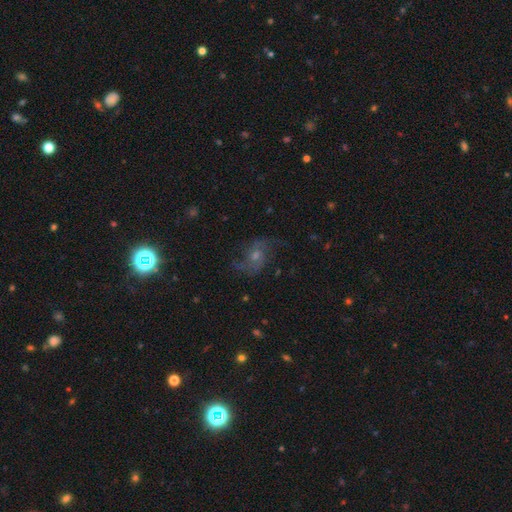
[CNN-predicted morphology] The model was most divided on "spiral winding": loose: 47%, medium: 41%, tight: 12%. Remaining: edge-on disk — no (96%); spiral arms — yes (92%); spiral arm count — 2 (77%); merging — none (69%); bar — no (67%); smooth or featured — featured or disk (64%); bulge size — moderate (48%).